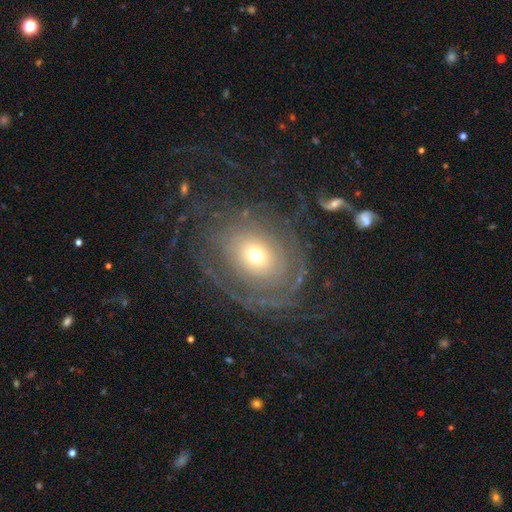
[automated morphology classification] Smooth or featured?
  - featured or disk: 76% *
  - smooth: 16%
  - star or artifact: 8%
Edge-on disk?
  - no: 96% *
  - yes: 4%
Bar?
  - no: 83% *
  - weak: 12%
  - strong: 4%
Spiral arms?
  - yes: 82% *
  - no: 18%
Spiral winding?
  - tight: 69% *
  - medium: 19%
  - loose: 11%
Spiral arm count?
  - can't tell: 44% *
  - 2: 19%
  - 3: 11%
  - 4: 9%
  - more than 4: 9%
  - 1: 8%
Bulge size?
  - moderate: 49% *
  - small: 41%
  - large: 7%
  - dominant: 2%
  - none: 1%
Merging?
  - none: 69% *
  - major disturbance: 15%
  - minor disturbance: 14%
  - merger: 2%